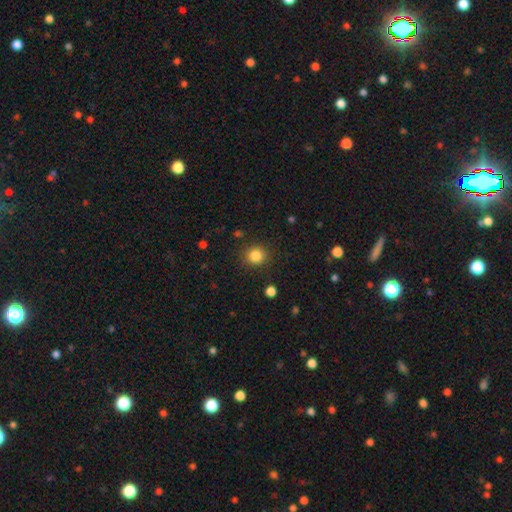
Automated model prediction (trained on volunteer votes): Smooth or featured? Predicted: smooth (p=0.84). How rounded? Predicted: round (p=0.87). Merging? Predicted: none (p=0.87).